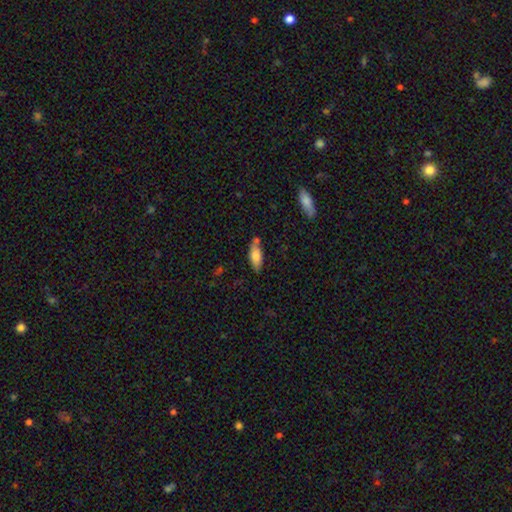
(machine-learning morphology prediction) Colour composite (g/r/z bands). It shows a smooth galaxy with no disk features (78%) that is in between round and cigar-shaped (73%). Merging: none (62%).